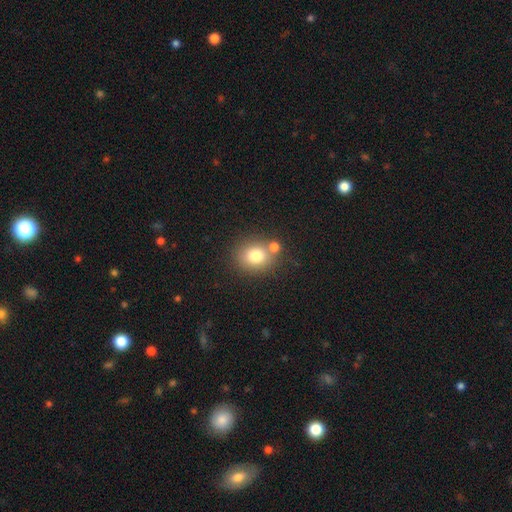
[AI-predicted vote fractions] Overall: smooth (78%). How rounded: round (69%; in between 30%). Merging: none (66%).